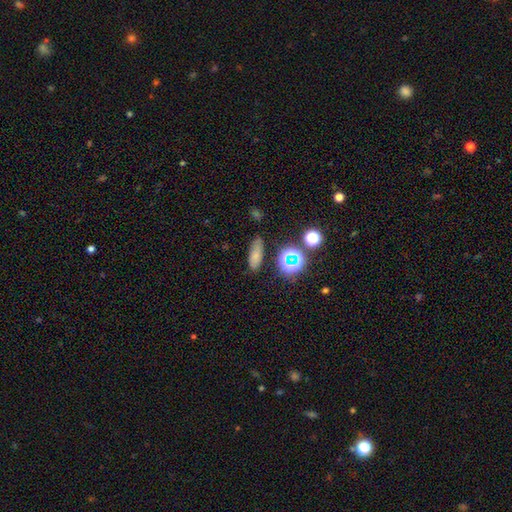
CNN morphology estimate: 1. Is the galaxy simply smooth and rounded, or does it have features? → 67% smooth, 20% star or artifact, 12% featured or disk.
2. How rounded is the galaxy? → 63% in between, 28% cigar-shaped, 9% round.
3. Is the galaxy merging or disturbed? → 78% none, 15% minor disturbance, 4% major disturbance, 3% merger.